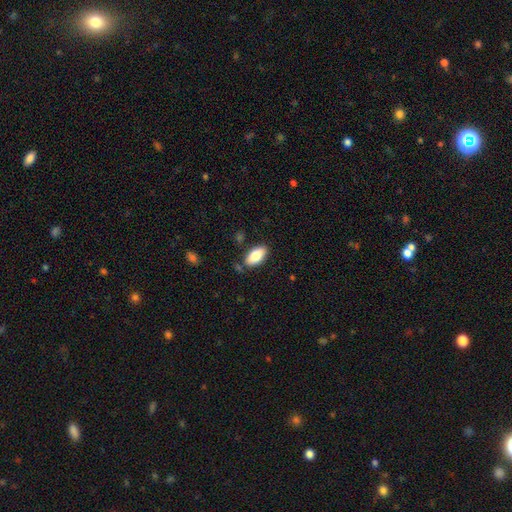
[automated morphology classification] A smooth galaxy with no disk features (81%) that is in between round and cigar-shaped (92%).

Vote fractions:
- Smooth or featured? smooth: 81% / featured or disk: 13% / star or artifact: 7%
- How rounded? in between: 92% / cigar-shaped: 5% / round: 3%
- Merging? none: 81% / minor disturbance: 13% / merger: 3% / major disturbance: 3%